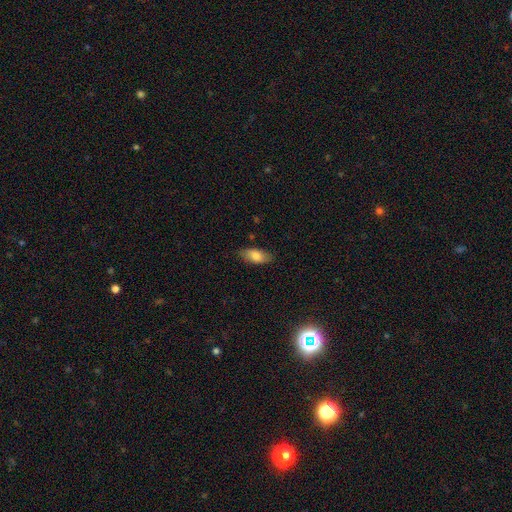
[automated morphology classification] A smooth galaxy with no disk features (80%) that is in between round and cigar-shaped (86%).

Vote fractions:
- Smooth or featured? smooth: 80% / featured or disk: 13% / star or artifact: 7%
- How rounded? in between: 86% / cigar-shaped: 11% / round: 2%
- Merging? none: 83% / minor disturbance: 13% / major disturbance: 3% / merger: 1%